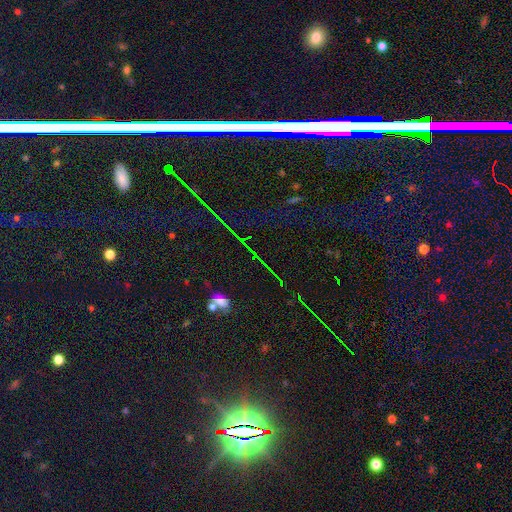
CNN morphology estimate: This is likely a star or artifact rather than a galaxy (71%).